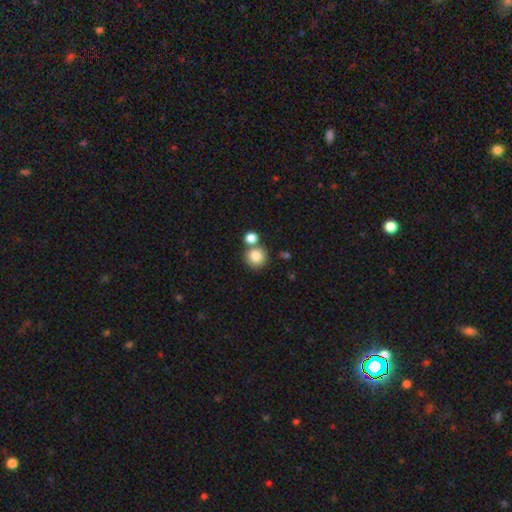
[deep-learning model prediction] Smooth or featured: smooth — 84% (star or artifact — 9%)
How rounded: round — 90% (in between — 9%)
Merging: none — 60% (merger — 29%)